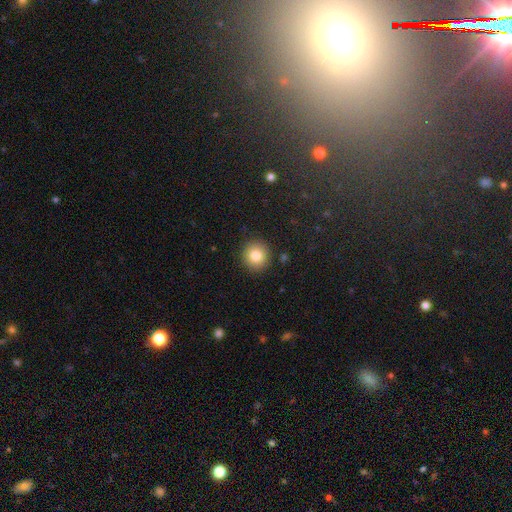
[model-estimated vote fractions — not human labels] Smooth or featured?
  - smooth: 83% *
  - star or artifact: 10%
  - featured or disk: 7%
How rounded?
  - round: 92% *
  - in between: 7%
  - cigar-shaped: 1%
Merging?
  - none: 90% *
  - minor disturbance: 6%
  - major disturbance: 2%
  - merger: 1%